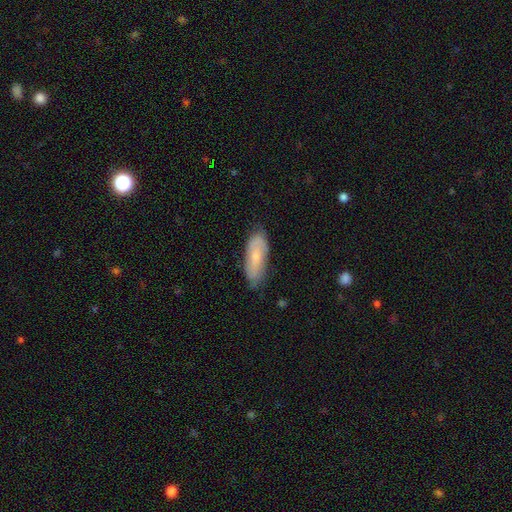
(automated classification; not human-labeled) smooth_or_featured: smooth (p=0.63) [alt: featured or disk p=0.31]
how_rounded: in between (p=0.71) [alt: cigar-shaped p=0.27]
merging: none (p=0.74) [alt: minor disturbance p=0.20]